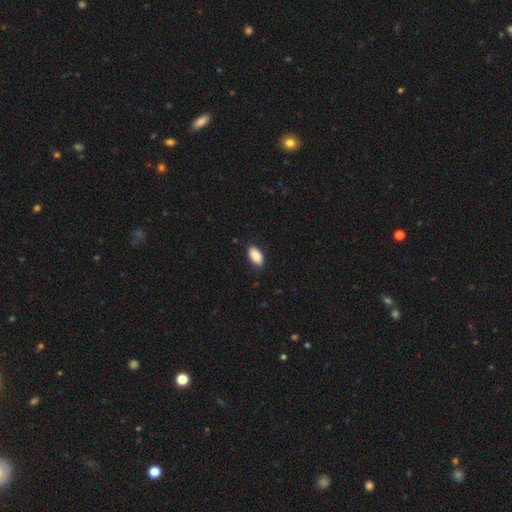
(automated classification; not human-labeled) Smooth or featured?
  - smooth: 90% *
  - star or artifact: 7%
  - featured or disk: 4%
How rounded?
  - in between: 94% *
  - cigar-shaped: 3%
  - round: 3%
Merging?
  - none: 87% *
  - minor disturbance: 10%
  - major disturbance: 2%
  - merger: 1%